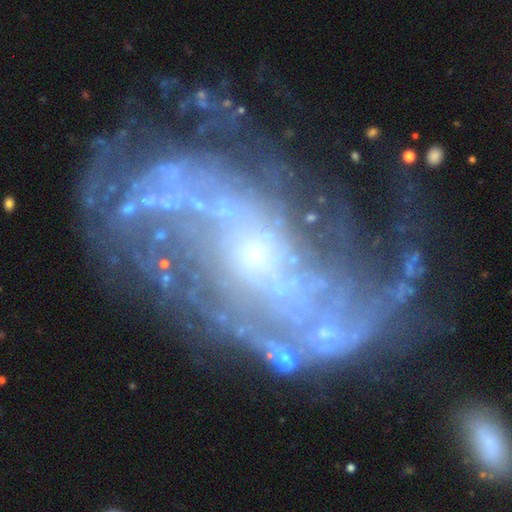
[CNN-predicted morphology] The model was most divided on "spiral winding": loose: 41%, medium: 38%, tight: 21%. Remaining: edge-on disk — no (96%); spiral arms — yes (92%); smooth or featured — featured or disk (87%); bulge size — small (66%); bar — no (51%); merging — none (50%); spiral arm count — 2 (41%).